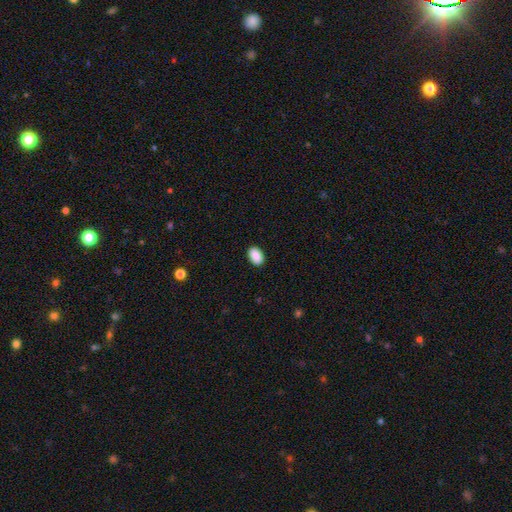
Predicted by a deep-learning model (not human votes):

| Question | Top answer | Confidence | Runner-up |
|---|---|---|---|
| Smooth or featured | smooth | 90% | star or artifact (7%) |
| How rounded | in between | 89% | round (10%) |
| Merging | none | 89% | minor disturbance (8%) |